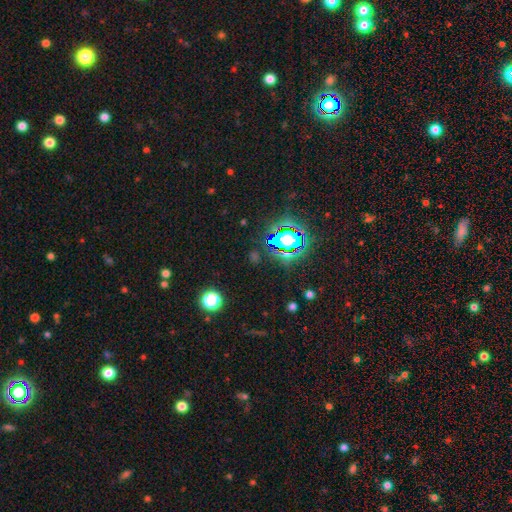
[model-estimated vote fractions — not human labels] Smooth or featured?
  - star or artifact: 74% *
  - smooth: 18%
  - featured or disk: 9%